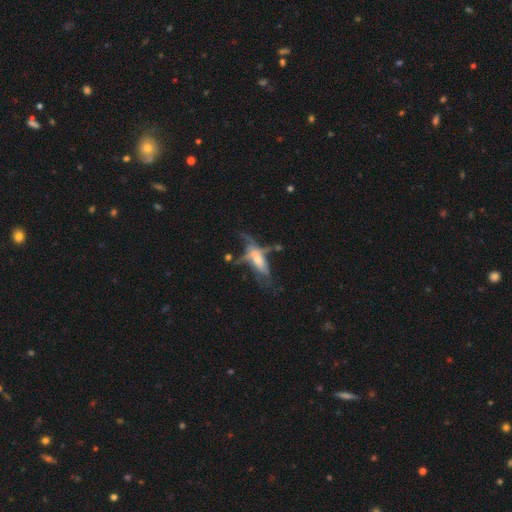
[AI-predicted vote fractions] Q: Smooth or featured?
A: featured or disk (63%); runner-up: smooth (27%)
Q: Edge-on disk?
A: no (70%); runner-up: yes (30%)
Q: Merging?
A: major disturbance (39%); runner-up: none (28%)